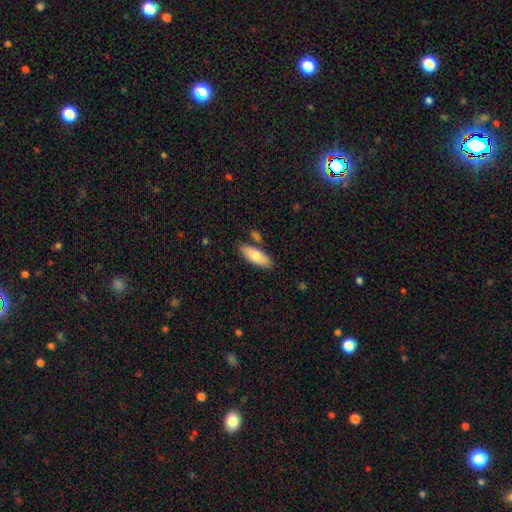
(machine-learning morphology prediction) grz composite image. It shows a smooth galaxy with no disk features (79%) that is in between round and cigar-shaped (69%). Merging: none (78%).